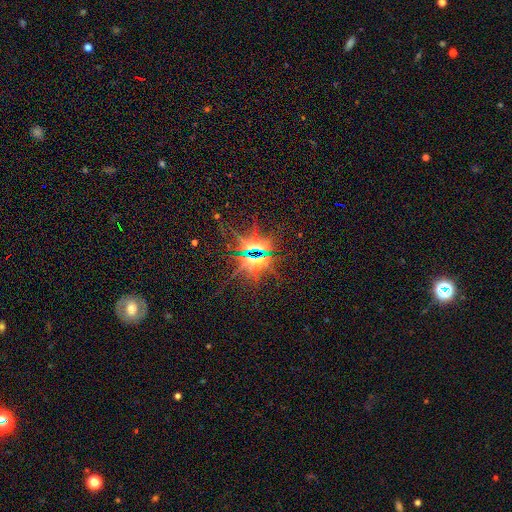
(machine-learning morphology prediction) This appears to be a star or artifact, not a galaxy (73%).